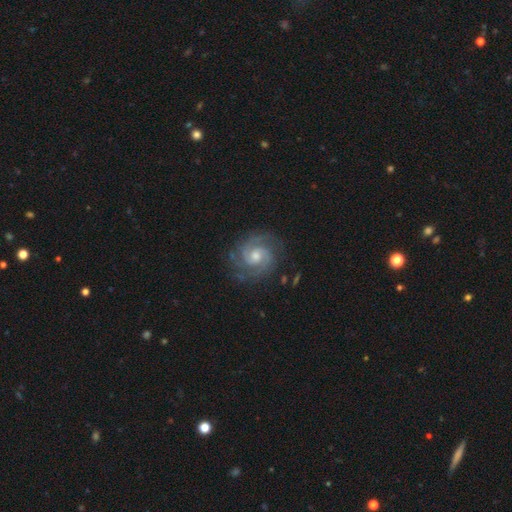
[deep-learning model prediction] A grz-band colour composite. It shows a featured or disk galaxy (91%) with no bar (55%), 2 (69%) tight (60%) spiral arms (98%) and a moderate central bulge (58%). Merging: none (82%).